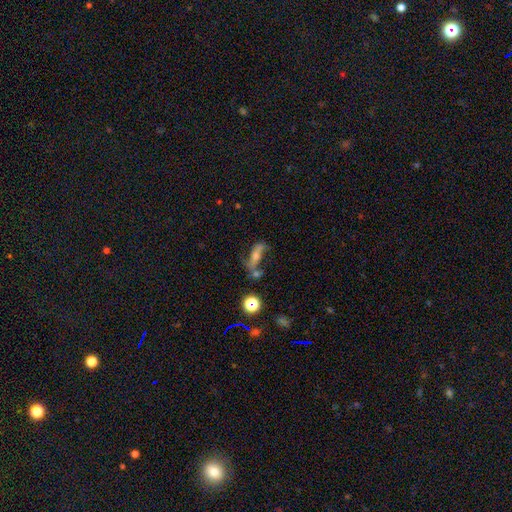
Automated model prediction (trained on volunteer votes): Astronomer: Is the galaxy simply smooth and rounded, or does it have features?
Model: featured or disk — 58%.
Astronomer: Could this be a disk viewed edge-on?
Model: no — 70%.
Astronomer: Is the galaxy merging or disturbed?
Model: none — 46%.